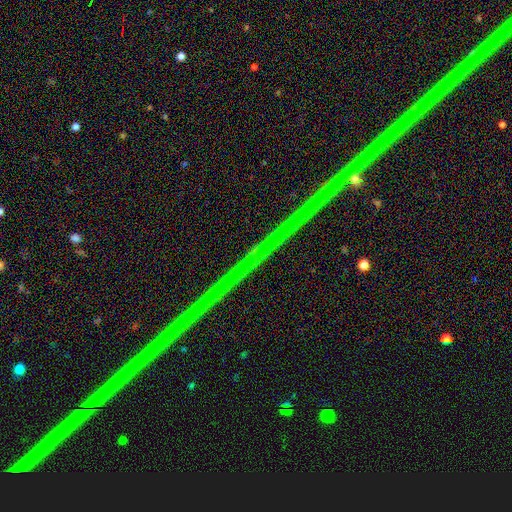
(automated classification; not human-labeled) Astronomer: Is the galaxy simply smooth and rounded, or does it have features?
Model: star or artifact — 87%.